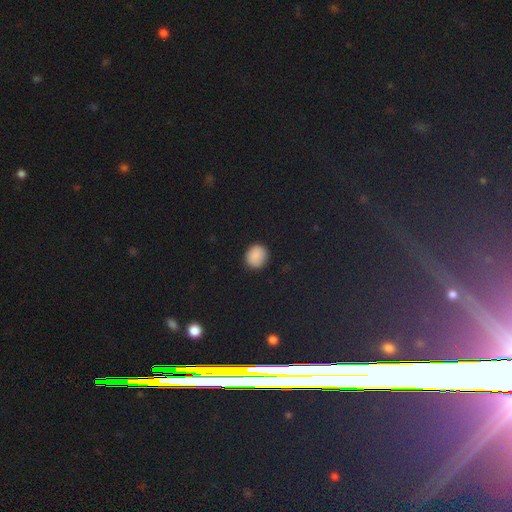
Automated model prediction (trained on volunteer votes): This is clearly a smooth galaxy (88%). How rounded: clearly round (84%). Merging: clearly none (89%).